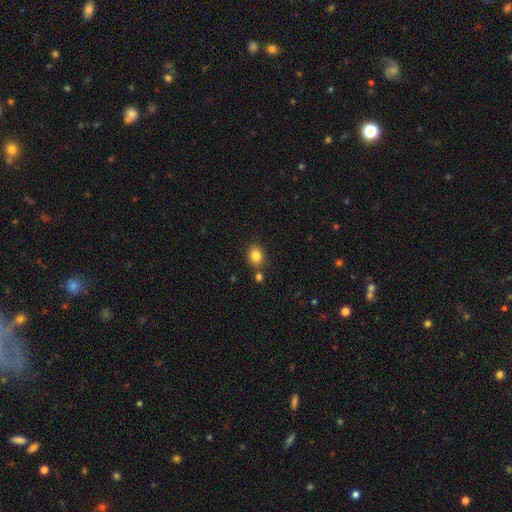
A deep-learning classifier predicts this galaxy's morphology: A smooth galaxy with no disk features (84%) that is round (61%). Merging: none (77%).